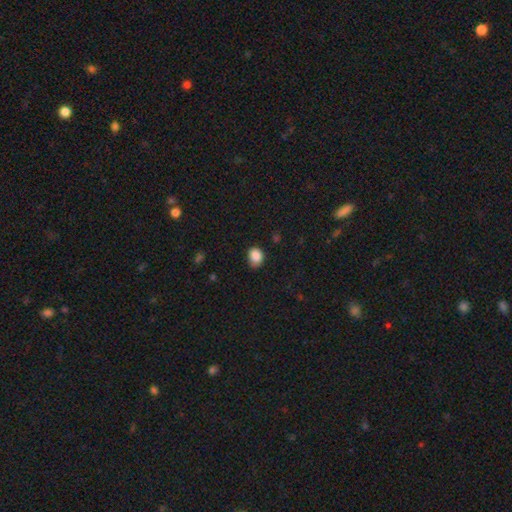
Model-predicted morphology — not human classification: The model was most divided on "how rounded": round: 52%, in between: 47%, cigar-shaped: 1%. More confident: smooth or featured — smooth (88%); merging — none (71%).